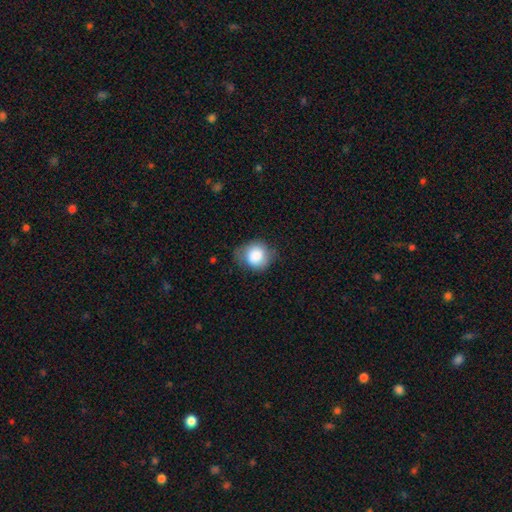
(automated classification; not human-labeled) smooth 83%, featured or disk 9%, star or artifact 8%. Down the decision tree: how rounded — round (79%); merging — none (59%).